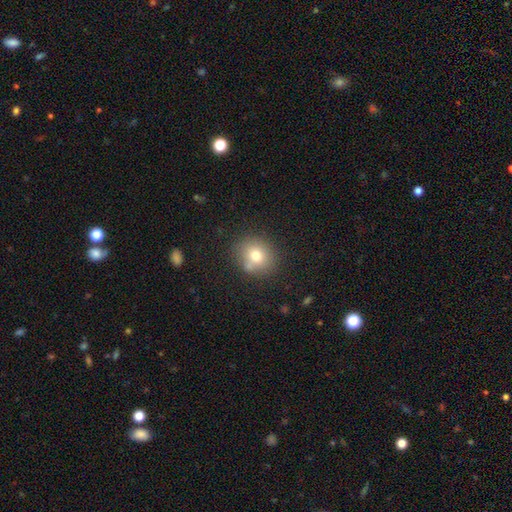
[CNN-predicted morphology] This appears to be a smooth galaxy with no disk features (75%) that is round (77%). Merging: none (75%).